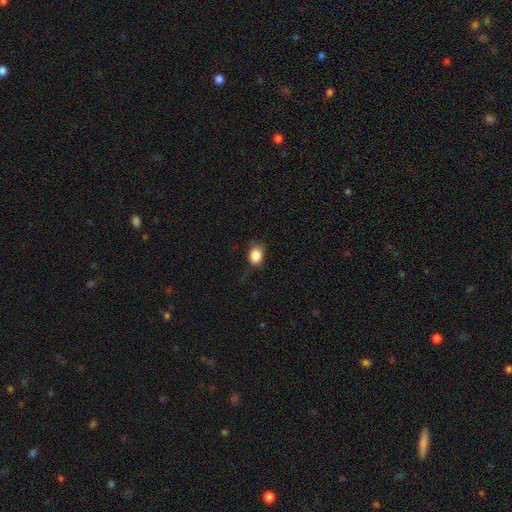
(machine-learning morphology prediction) A smooth galaxy with no disk features (85%) that is round (55%). Merging: none (63%).